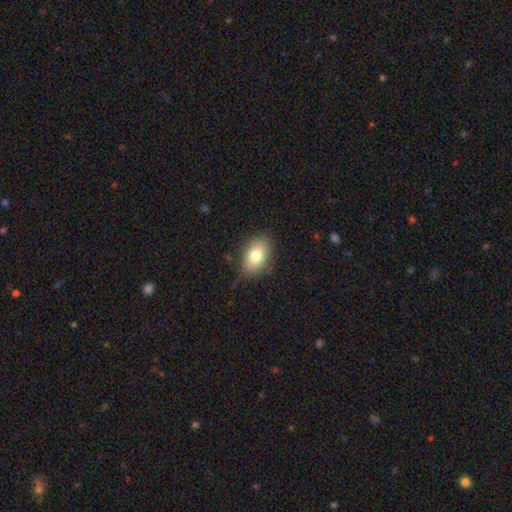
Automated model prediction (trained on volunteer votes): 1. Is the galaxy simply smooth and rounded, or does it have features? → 78% smooth, 13% featured or disk, 8% star or artifact.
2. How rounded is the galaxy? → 85% in between, 13% round, 1% cigar-shaped.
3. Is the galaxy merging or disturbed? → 81% none, 14% minor disturbance, 3% major disturbance, 1% merger.